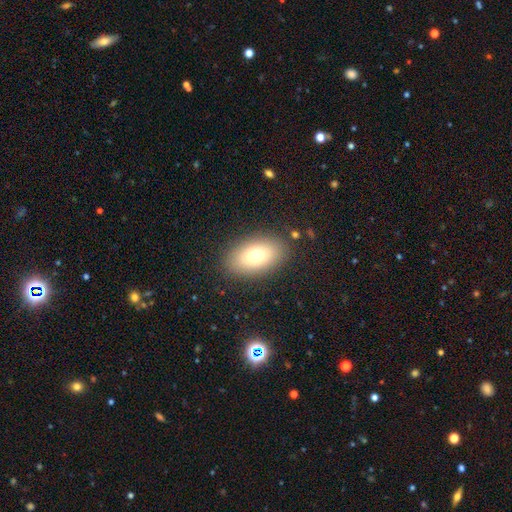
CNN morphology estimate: Q: Smooth or featured?
A: smooth (74%); runner-up: featured or disk (17%)
Q: How rounded?
A: in between (89%); runner-up: round (8%)
Q: Merging?
A: none (86%); runner-up: minor disturbance (9%)